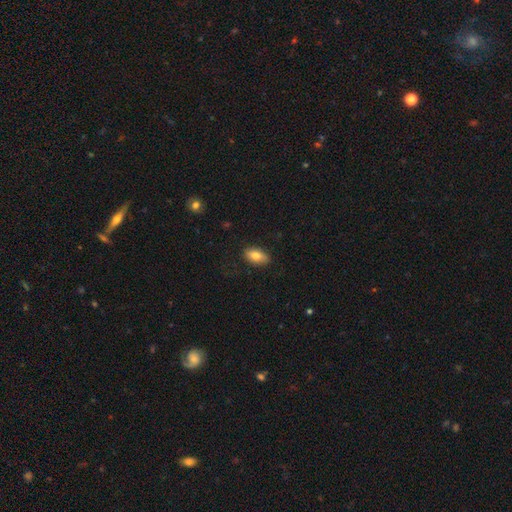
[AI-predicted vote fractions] Smooth or featured?
  - smooth: 78% *
  - featured or disk: 15%
  - star or artifact: 7%
How rounded?
  - in between: 89% *
  - cigar-shaped: 6%
  - round: 5%
Merging?
  - none: 84% *
  - minor disturbance: 12%
  - major disturbance: 2%
  - merger: 1%